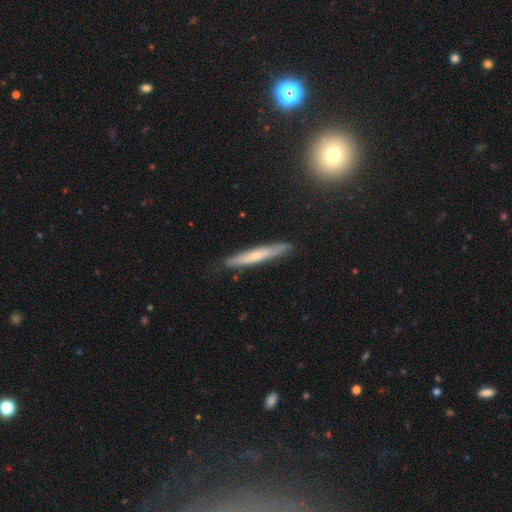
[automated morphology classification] Smooth or featured: smooth — 52% (featured or disk — 42%)
How rounded: cigar-shaped — 95% (in between — 4%)
Merging: none — 87% (minor disturbance — 10%)